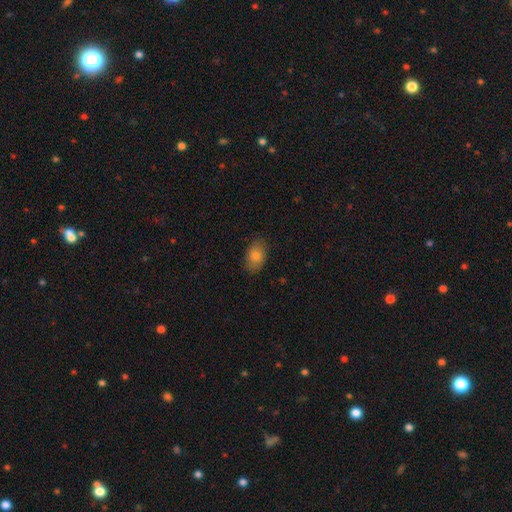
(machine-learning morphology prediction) This appears to be a smooth galaxy with no disk features (81%) that is in between round and cigar-shaped (88%). Merging: none (83%).